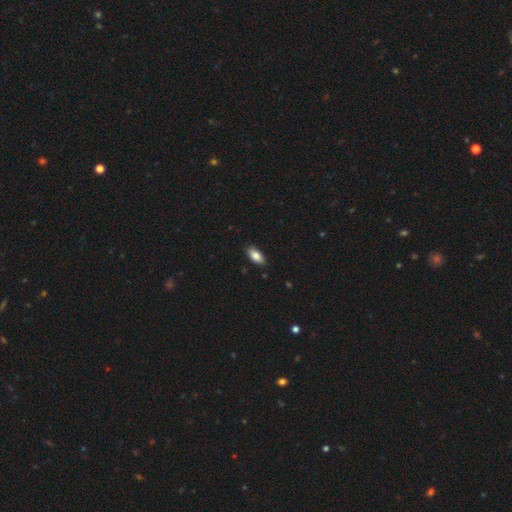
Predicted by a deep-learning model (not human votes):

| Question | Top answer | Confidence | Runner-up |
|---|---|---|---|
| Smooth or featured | smooth | 84% | featured or disk (9%) |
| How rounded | in between | 91% | cigar-shaped (6%) |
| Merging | none | 88% | minor disturbance (10%) |